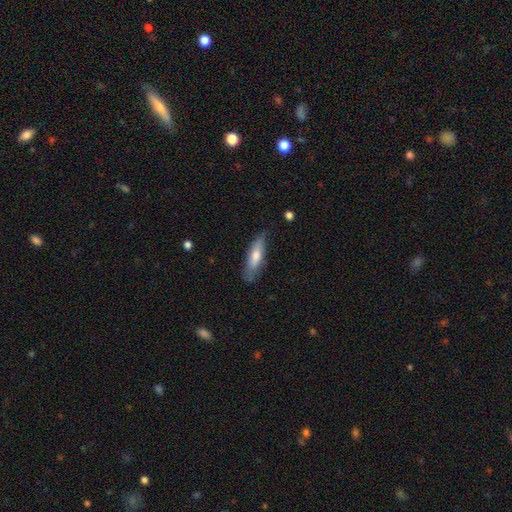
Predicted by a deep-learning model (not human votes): Smooth or featured: smooth — 68% (featured or disk — 26%)
How rounded: cigar-shaped — 60% (in between — 38%)
Merging: none — 76% (minor disturbance — 19%)